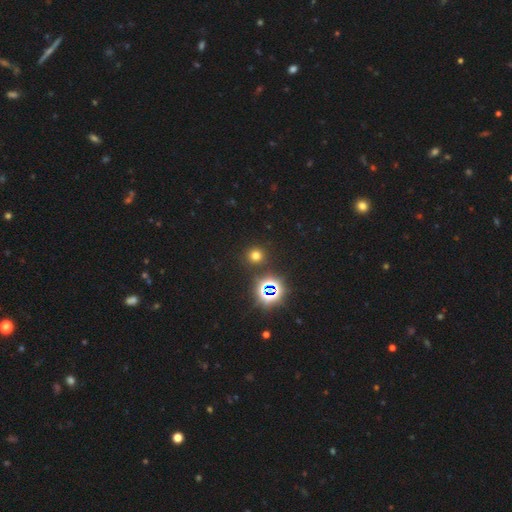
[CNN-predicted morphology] This is likely a smooth galaxy (64%). How rounded: clearly round (92%). Merging: clearly none (89%).